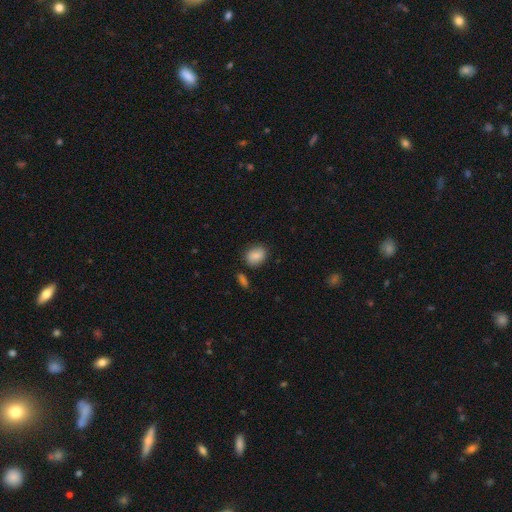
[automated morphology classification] Smooth or featured? Predicted: smooth (p=0.84). How rounded? Predicted: in between (p=0.59). Merging? Predicted: none (p=0.80).